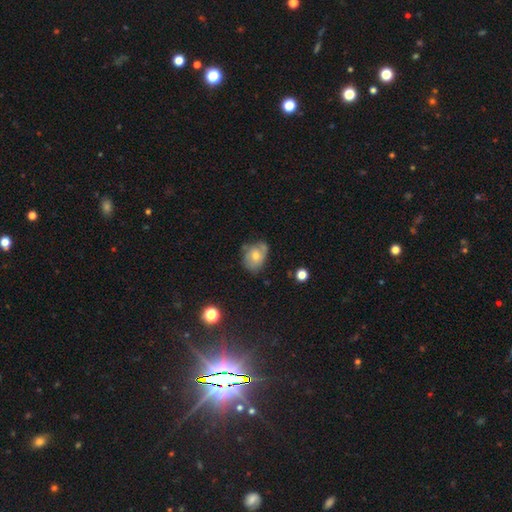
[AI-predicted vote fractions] A smooth galaxy with no disk features (57%) that is in between round and cigar-shaped (59%). Merging: none (47%).